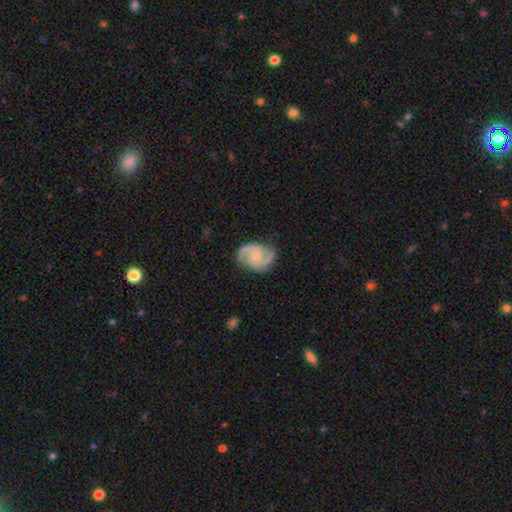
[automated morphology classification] The model was most divided on "spiral winding": medium: 53%, tight: 33%, loose: 14%. More confident: edge-on disk — no (98%); spiral arms — yes (97%); spiral arm count — 2 (88%); smooth or featured — featured or disk (85%); merging — none (79%); bar — no (61%); bulge size — small (54%).